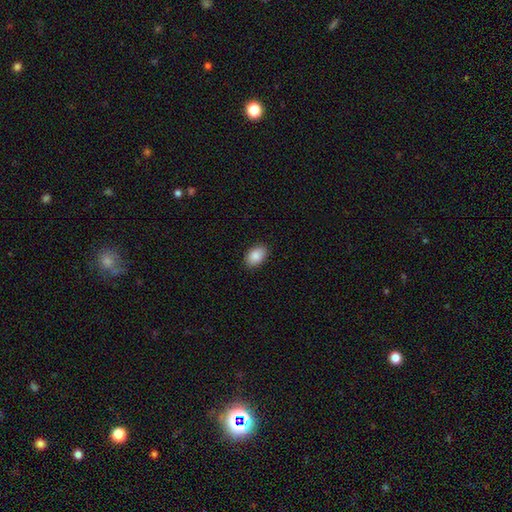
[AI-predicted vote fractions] The model was most divided on "merging": none: 89%, minor disturbance: 8%, major disturbance: 2%, merger: 1%. More confident: how rounded — in between (90%); smooth or featured — smooth (89%).